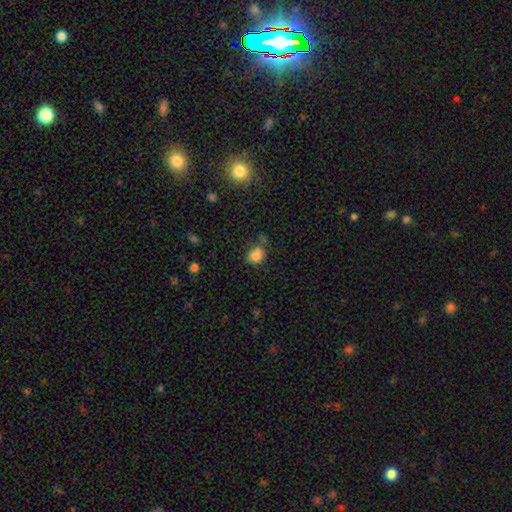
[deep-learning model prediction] smooth 79%, star or artifact 12%, featured or disk 9%. Down the decision tree: how rounded — round (67%); merging — none (50%).